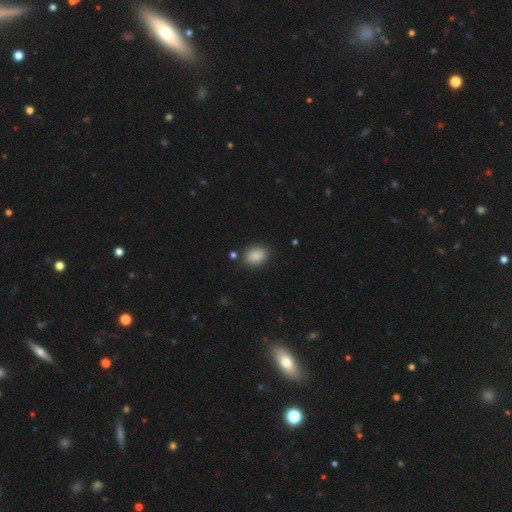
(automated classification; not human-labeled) smooth-or-featured: smooth: 88% | star or artifact: 8% | featured or disk: 4%
  how-rounded: in between: 67% | round: 32% | cigar-shaped: 1%
  merging: none: 84% | minor disturbance: 10% | major disturbance: 3% | merger: 3%